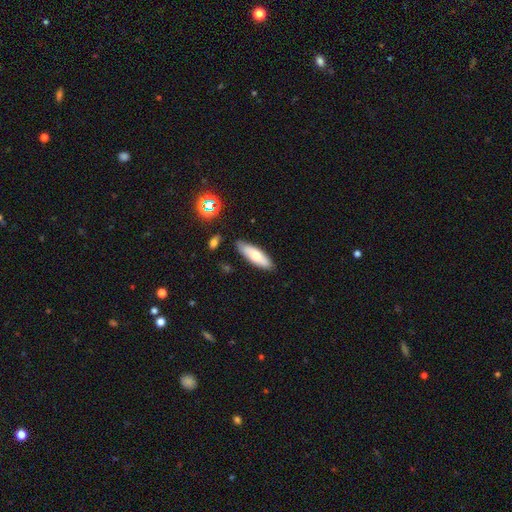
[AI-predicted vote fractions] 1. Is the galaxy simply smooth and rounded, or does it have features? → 65% smooth, 28% featured or disk, 7% star or artifact.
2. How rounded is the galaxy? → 53% in between, 45% cigar-shaped, 2% round.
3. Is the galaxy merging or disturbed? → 83% none, 12% minor disturbance, 2% merger, 2% major disturbance.